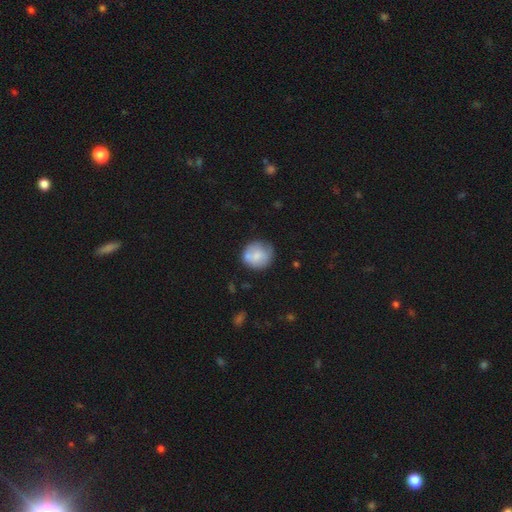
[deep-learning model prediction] This is likely a smooth galaxy (71%). How rounded: clearly round (84%). Merging: possibly none (60%).